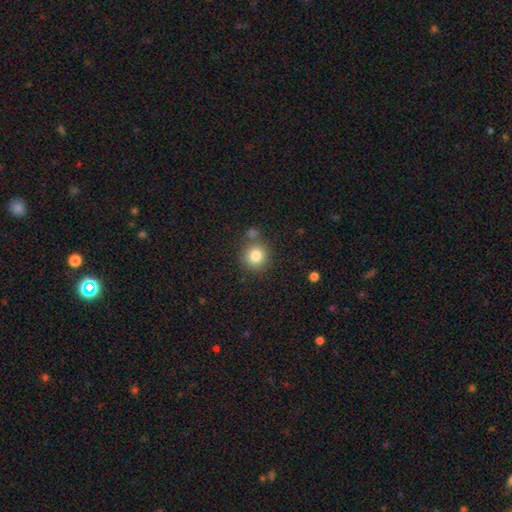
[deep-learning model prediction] A smooth galaxy with no disk features (82%) that is round (90%). Merging: none (73%).